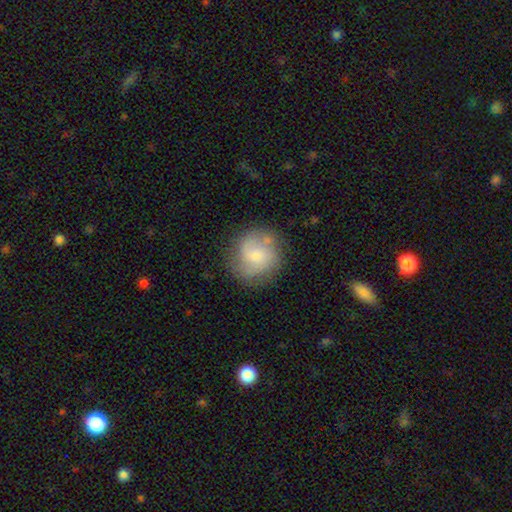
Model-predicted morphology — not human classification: This is possibly a smooth galaxy (53%). How rounded: clearly round (89%). Merging: likely none (69%).